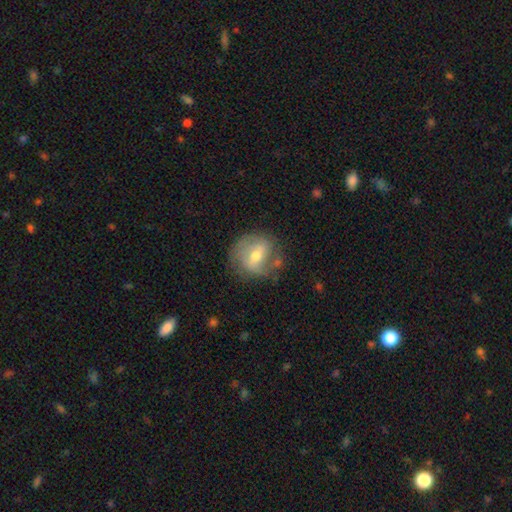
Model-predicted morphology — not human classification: This is possibly a featured or disk galaxy (51%). It is clearly not viewed edge-on (94%). Merging: likely none (66%).